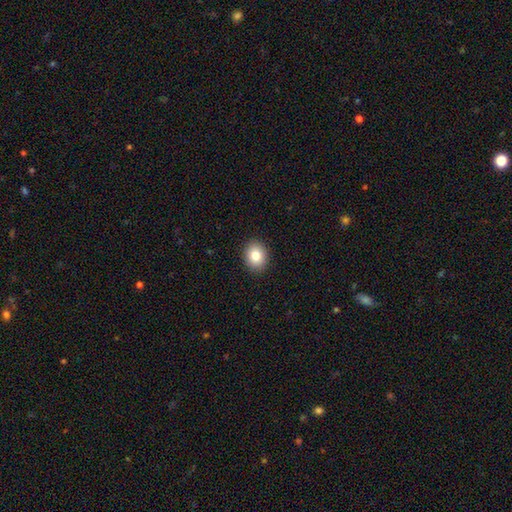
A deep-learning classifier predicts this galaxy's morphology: Overall: smooth (82%). How rounded: round (52%; in between 47%). Merging: none (91%).